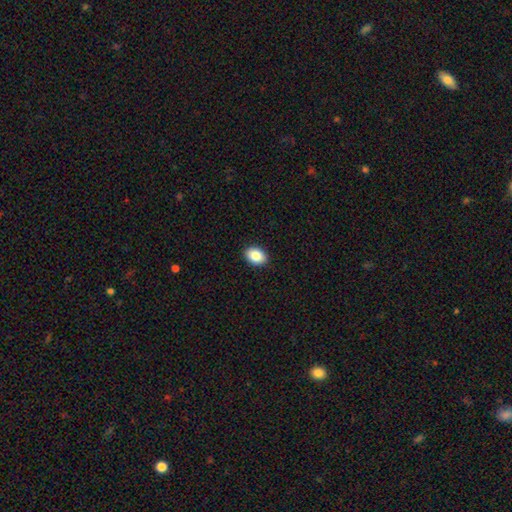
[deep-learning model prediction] Smooth or featured? Predicted: smooth (p=0.86). How rounded? Predicted: in between (p=0.78). Merging? Predicted: none (p=0.91).